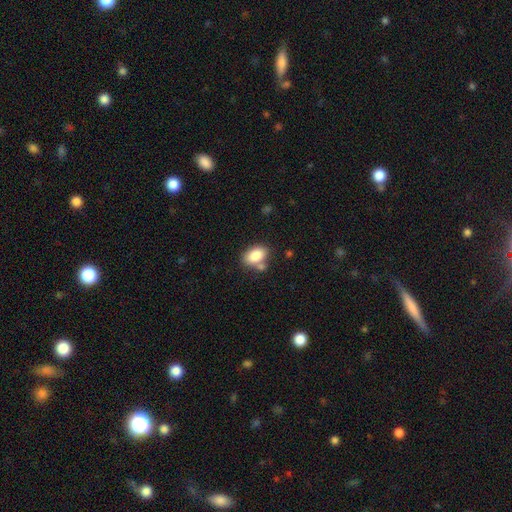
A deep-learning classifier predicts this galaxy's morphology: Smooth or featured: smooth — 83% (featured or disk — 9%)
How rounded: in between — 88% (round — 11%)
Merging: none — 62% (merger — 19%)